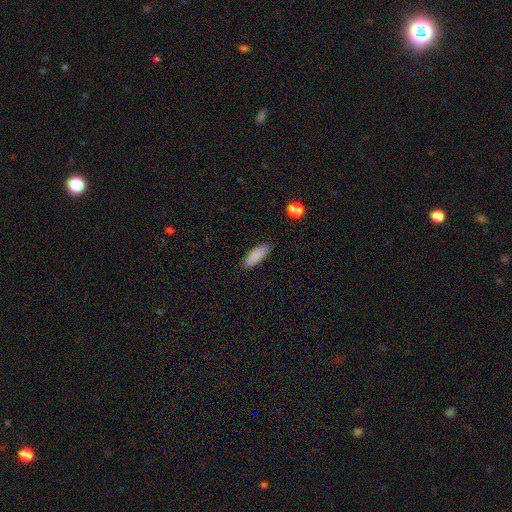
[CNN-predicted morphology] Smooth or featured? smooth (88%)
How rounded? in between (60%)
Merging? none (87%)